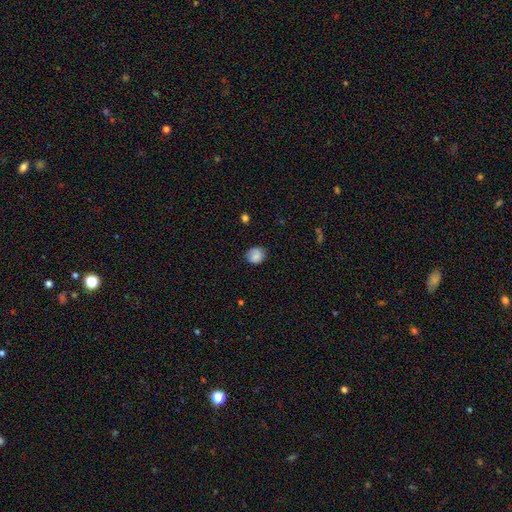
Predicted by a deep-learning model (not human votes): A smooth galaxy with no disk features (80%) that is round (78%).

Vote fractions:
- Smooth or featured? smooth: 80% / featured or disk: 11% / star or artifact: 9%
- How rounded? round: 78% / in between: 21% / cigar-shaped: 1%
- Merging? none: 76% / minor disturbance: 18% / major disturbance: 4% / merger: 2%